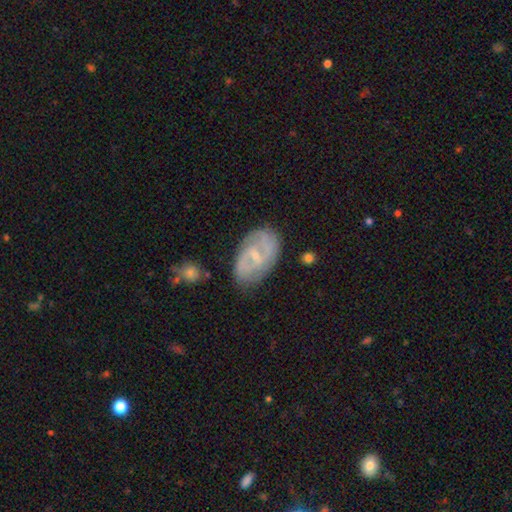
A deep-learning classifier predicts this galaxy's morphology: smooth-or-featured: featured or disk: 76% | smooth: 18% | star or artifact: 7%
  disk-edge-on: no: 96% | yes: 4%
    bar: weak: 53% | no: 33% | strong: 15%
    has-spiral-arms: yes: 88% | no: 12%
      spiral-winding: tight: 42% (tied) | medium: 42% (tied) | loose: 16%
      spiral-arm-count: 2: 66% | can't tell: 20% | 3: 6% | 1: 3% | 4: 2% | more than 4: 2%
    bulge-size: small: 69% | moderate: 25% | none: 4% | large: 1% | dominant: 1%
  merging: none: 73% | minor disturbance: 19% | major disturbance: 5% | merger: 2%